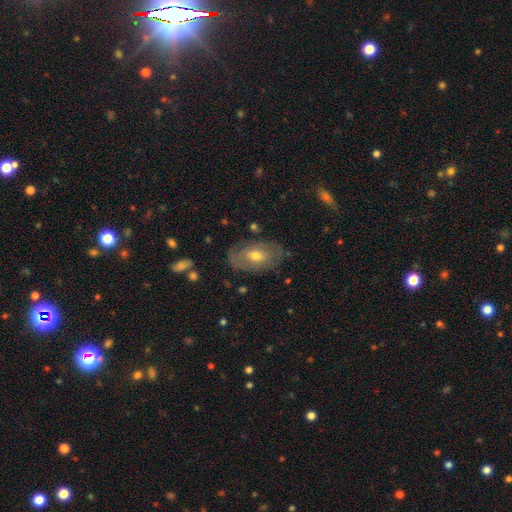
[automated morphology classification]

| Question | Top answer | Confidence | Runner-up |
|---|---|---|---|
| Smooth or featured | featured or disk | 52% | smooth (42%) |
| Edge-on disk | no | 91% | yes (9%) |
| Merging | none | 75% | minor disturbance (17%) |